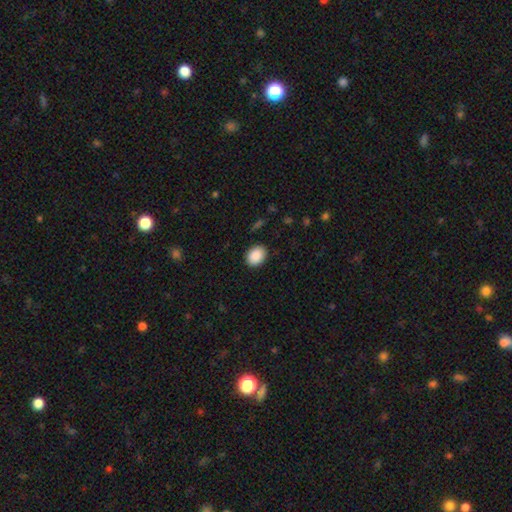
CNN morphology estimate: smooth-or-featured: smooth: 90% | star or artifact: 7% | featured or disk: 3%
  how-rounded: in between: 61% | round: 38% | cigar-shaped: 1%
  merging: none: 89% | minor disturbance: 8% | major disturbance: 2% | merger: 1%